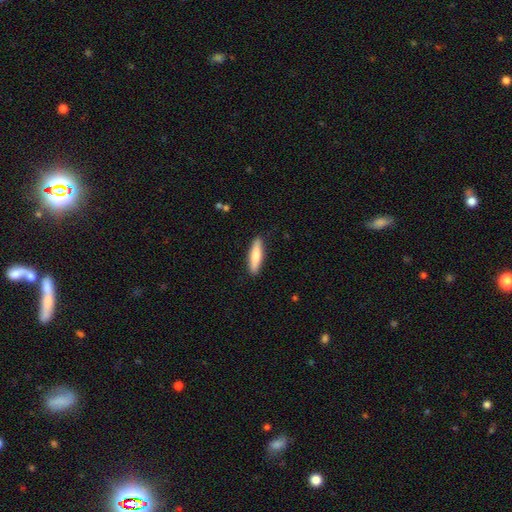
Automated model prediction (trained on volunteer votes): The model was most divided on "smooth or featured": smooth: 74%, featured or disk: 21%, star or artifact: 5%. More confident: merging — none (89%); how rounded — cigar-shaped (78%).